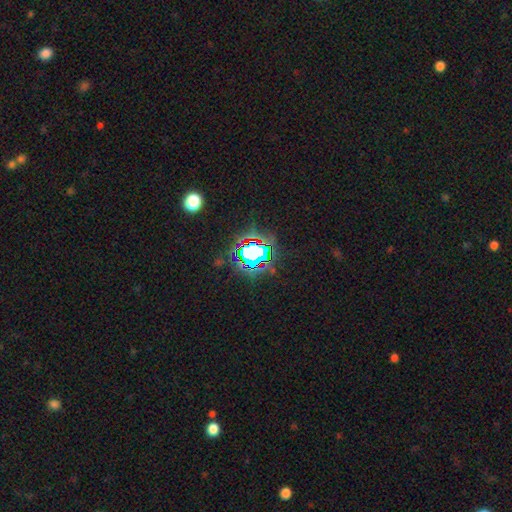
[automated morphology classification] type=star or artifact (73%).